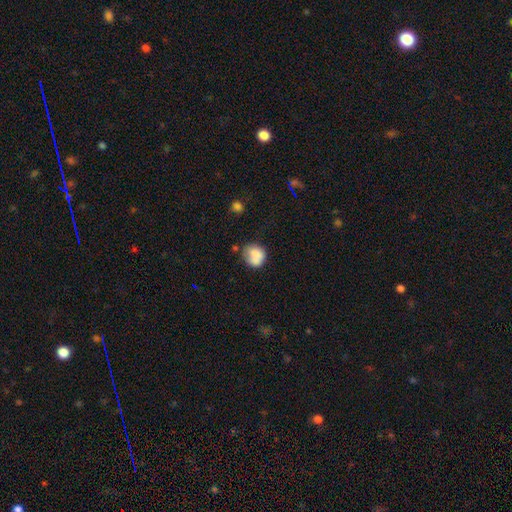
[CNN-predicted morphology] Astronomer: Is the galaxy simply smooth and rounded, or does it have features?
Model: smooth — 75%.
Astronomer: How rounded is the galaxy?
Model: round — 74%.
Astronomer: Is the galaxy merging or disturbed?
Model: none — 49%.